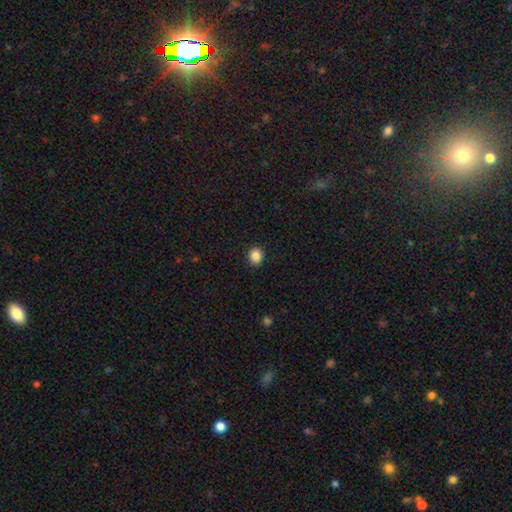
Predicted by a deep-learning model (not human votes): Smooth or featured?
  - smooth: 87% *
  - star or artifact: 10%
  - featured or disk: 3%
How rounded?
  - round: 69% *
  - in between: 30%
  - cigar-shaped: 1%
Merging?
  - none: 90% *
  - minor disturbance: 7%
  - major disturbance: 2%
  - merger: 1%